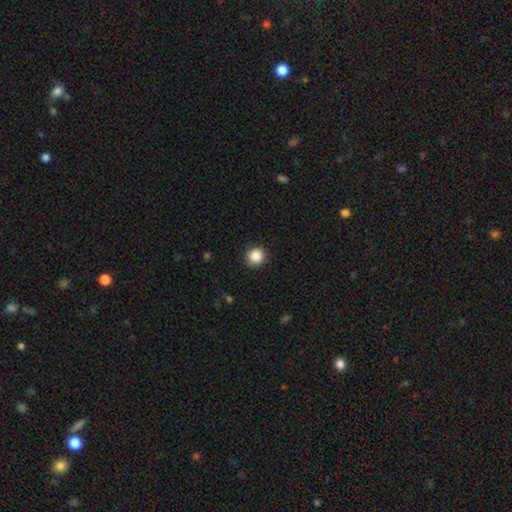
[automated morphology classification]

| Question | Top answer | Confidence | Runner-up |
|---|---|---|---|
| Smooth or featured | smooth | 87% | star or artifact (10%) |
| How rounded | round | 94% | in between (5%) |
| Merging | none | 92% | minor disturbance (5%) |